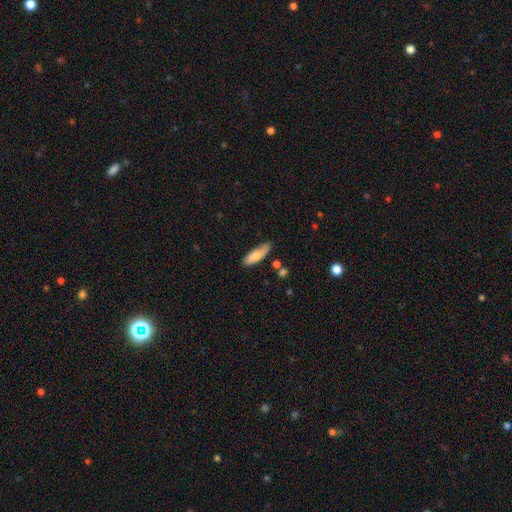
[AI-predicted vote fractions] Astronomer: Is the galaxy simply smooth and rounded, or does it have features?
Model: smooth — 76%.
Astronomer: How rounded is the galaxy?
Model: in between — 54% (runner-up: cigar-shaped, 44%).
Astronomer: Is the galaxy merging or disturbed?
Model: none — 65%.